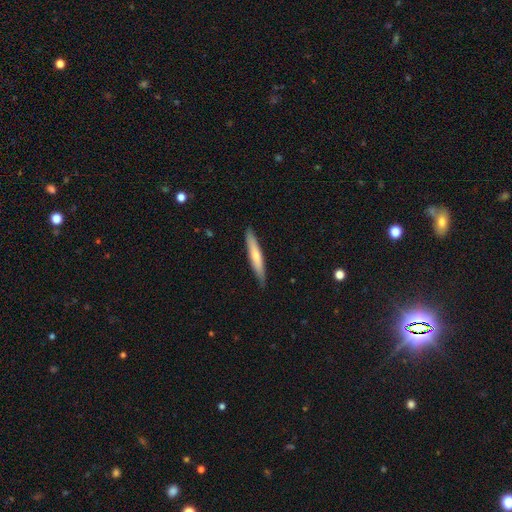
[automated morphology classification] Q: Smooth or featured?
A: smooth (59%); runner-up: featured or disk (35%)
Q: How rounded?
A: cigar-shaped (92%); runner-up: in between (7%)
Q: Merging?
A: none (86%); runner-up: minor disturbance (11%)